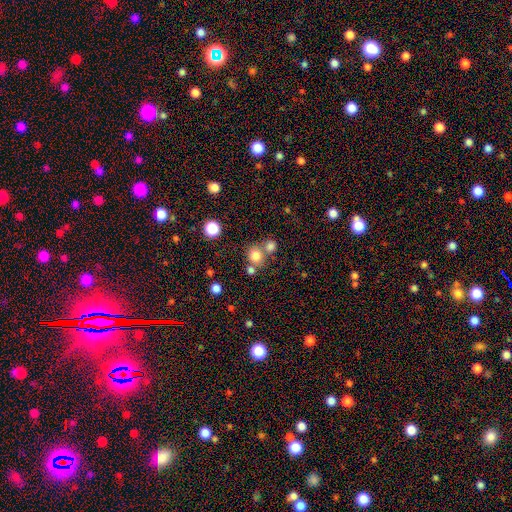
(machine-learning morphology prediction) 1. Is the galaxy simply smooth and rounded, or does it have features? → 78% smooth, 14% star or artifact, 8% featured or disk.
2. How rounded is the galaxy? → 82% round, 17% in between, 1% cigar-shaped.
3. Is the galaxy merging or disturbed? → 58% none, 29% merger, 9% minor disturbance, 4% major disturbance.